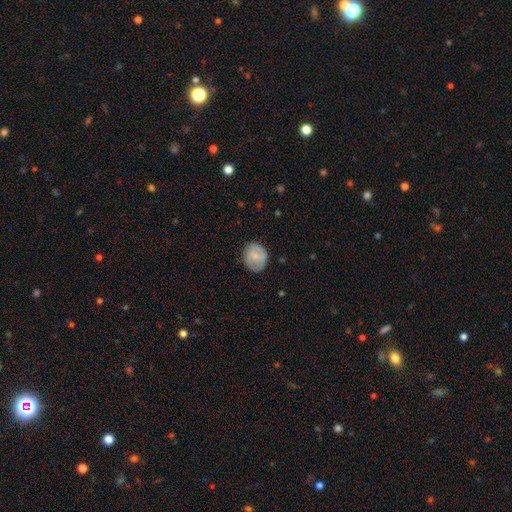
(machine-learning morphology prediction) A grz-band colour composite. It shows a smooth galaxy with no disk features (70%) that is round (74%). Merging: none (78%).